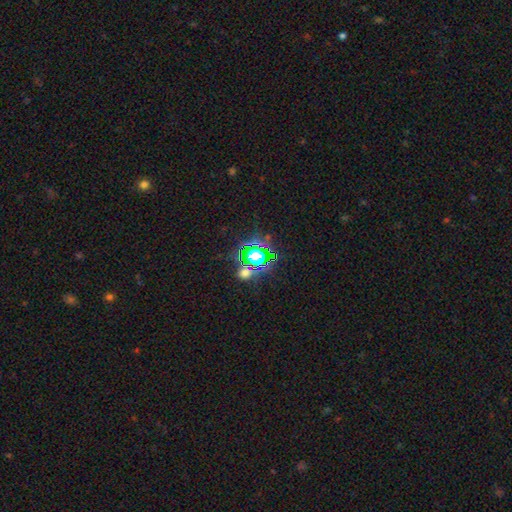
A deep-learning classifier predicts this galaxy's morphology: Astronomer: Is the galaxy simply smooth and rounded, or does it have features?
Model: star or artifact — 62%.